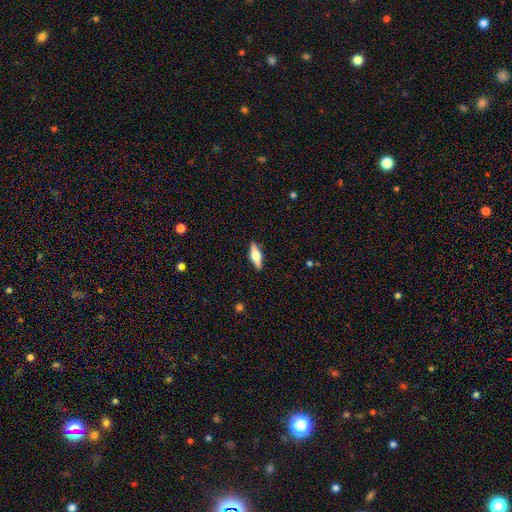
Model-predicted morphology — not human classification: Overall: featured or disk (53%; smooth 41%). Edge-on disk: yes (94%). Merging: none (89%).